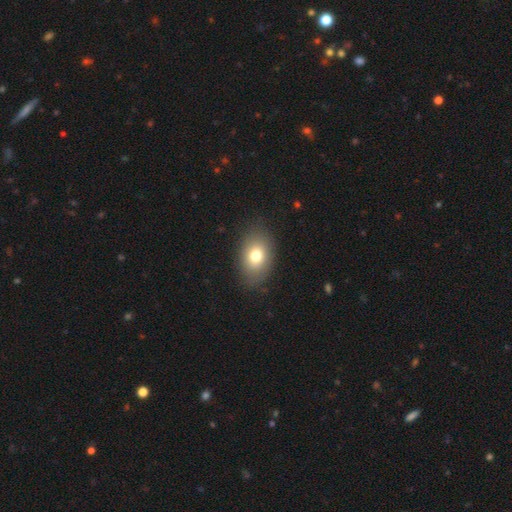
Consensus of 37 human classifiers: This appears to be a smooth galaxy with no disk features (89%) that is in between round and cigar-shaped (85%). Merging: none (83%).